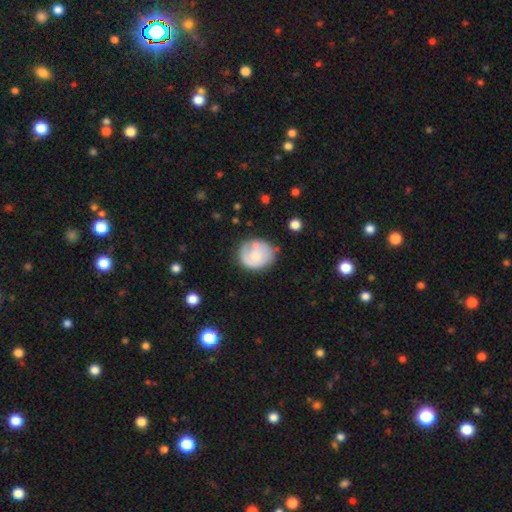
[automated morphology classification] Smooth or featured? smooth (50%)
Merging? none (62%)